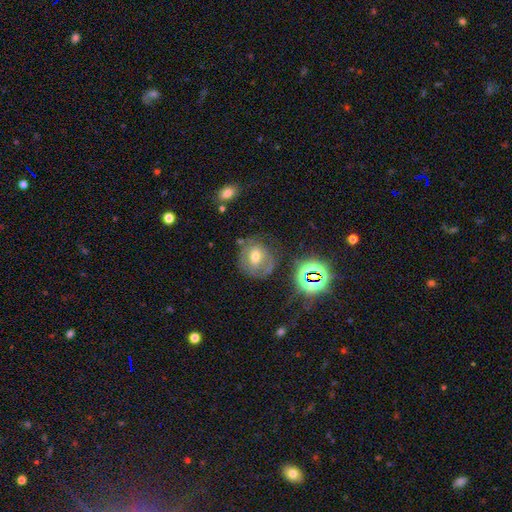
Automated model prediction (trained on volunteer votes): A featured or disk galaxy (48%).

Vote fractions:
- Smooth or featured? featured or disk: 48% / smooth: 38% / star or artifact: 15%
- Merging? none: 58% / minor disturbance: 23% / major disturbance: 15% / merger: 5%